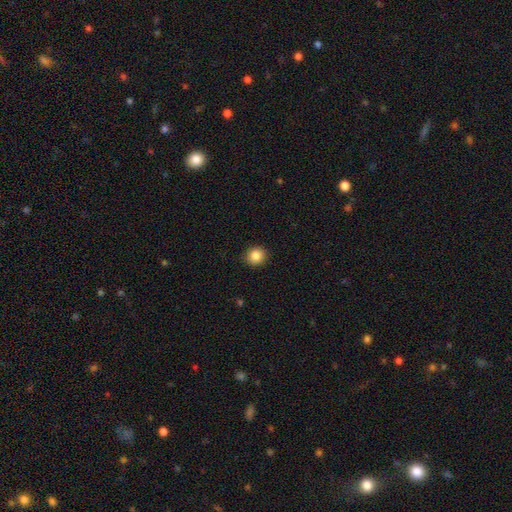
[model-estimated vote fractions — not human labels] A smooth galaxy with no disk features (86%) that is round (86%). Merging: none (90%).